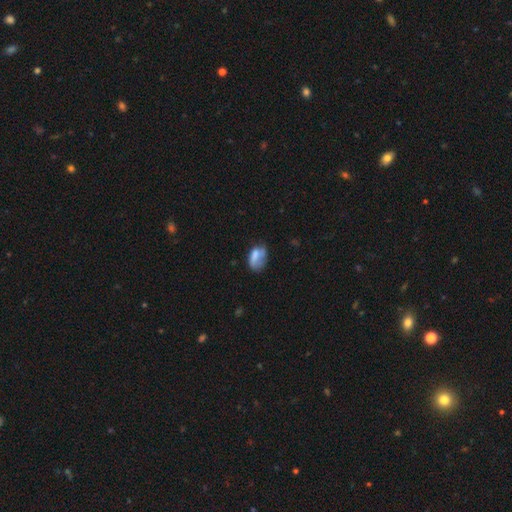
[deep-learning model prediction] Overall: smooth (64%; featured or disk 26%). How rounded: in between (86%). Merging: none (32%; minor disturbance 31%).